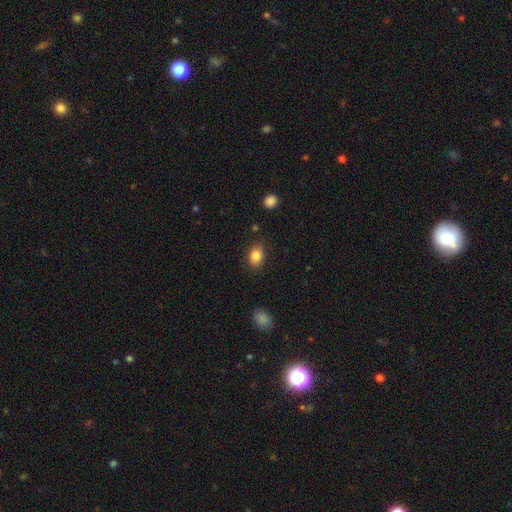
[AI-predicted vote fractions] smooth-or-featured: smooth: 86% | star or artifact: 9% | featured or disk: 6%
  how-rounded: in between: 76% | round: 23% | cigar-shaped: 1%
  merging: none: 84% | minor disturbance: 11% | major disturbance: 3% | merger: 2%